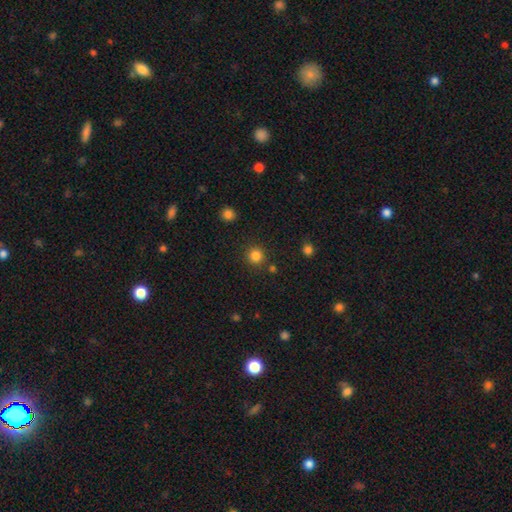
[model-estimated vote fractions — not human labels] smooth 83%, star or artifact 13%, featured or disk 4%. Down the decision tree: how rounded — round (94%); merging — none (86%).